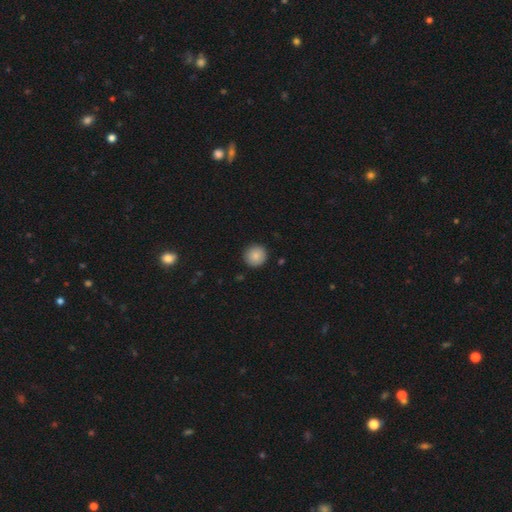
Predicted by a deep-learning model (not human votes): Q: Smooth or featured?
A: smooth (87%); runner-up: star or artifact (8%)
Q: How rounded?
A: round (94%); runner-up: in between (5%)
Q: Merging?
A: none (91%); runner-up: minor disturbance (6%)